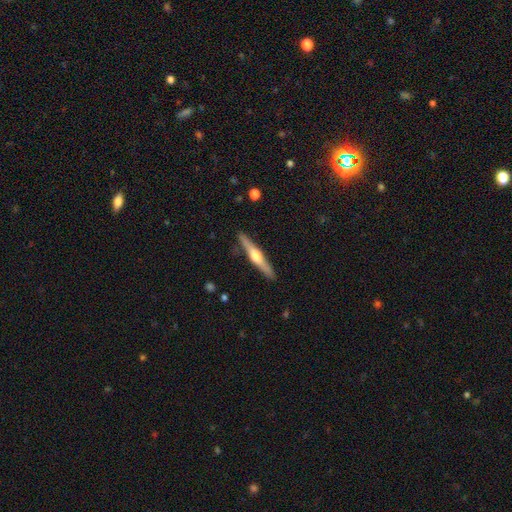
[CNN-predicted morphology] Smooth or featured: featured or disk — 69% (smooth — 26%)
Edge-on disk: yes — 97% (no — 3%)
Edge-on bulge: rounded — 92% (boxy — 4%)
Merging: none — 89% (minor disturbance — 8%)